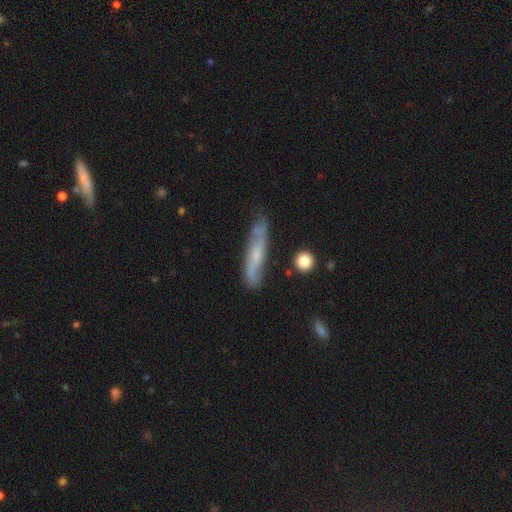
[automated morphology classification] Q: Smooth or featured?
A: featured or disk (60%); runner-up: smooth (33%)
Q: Edge-on disk?
A: no (52%); runner-up: yes (48%)
Q: Merging?
A: none (75%); runner-up: minor disturbance (18%)